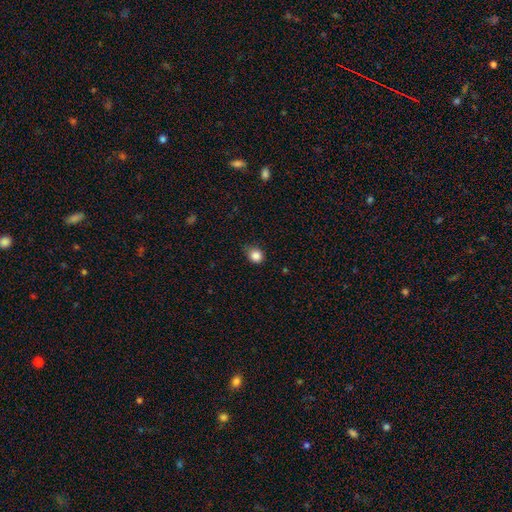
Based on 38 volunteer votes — This is clearly a smooth galaxy (84%). How rounded: likely round (62%). Merging: possibly none (57%).